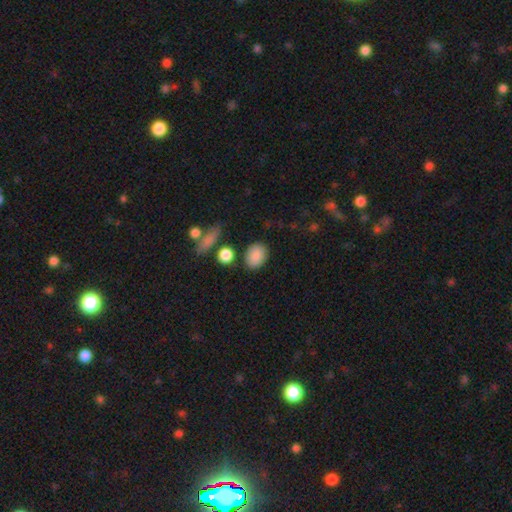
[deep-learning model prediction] Smooth or featured? Predicted: smooth (p=0.86). How rounded? Predicted: in between (p=0.69). Merging? Predicted: none (p=0.81).